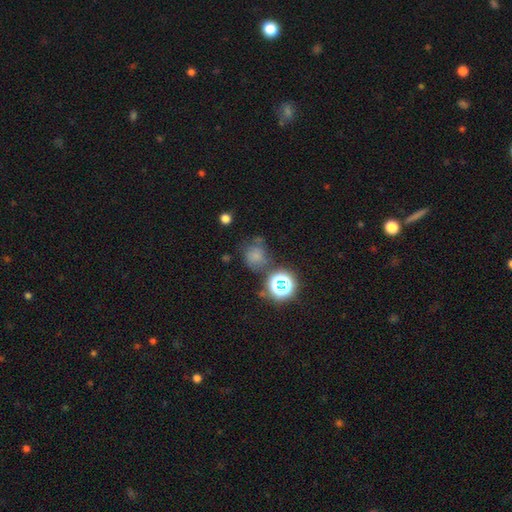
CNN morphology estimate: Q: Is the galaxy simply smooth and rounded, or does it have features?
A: smooth — 62%.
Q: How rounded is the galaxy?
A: round — 79%.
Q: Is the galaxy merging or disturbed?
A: none — 54%.